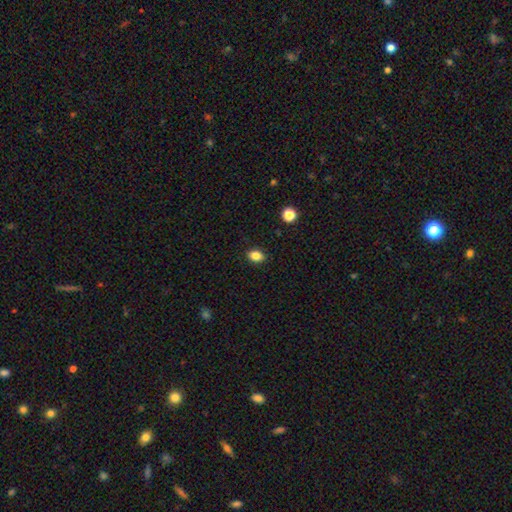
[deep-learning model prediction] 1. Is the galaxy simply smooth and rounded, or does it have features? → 84% smooth, 10% star or artifact, 6% featured or disk.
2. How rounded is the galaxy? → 75% in between, 23% round, 1% cigar-shaped.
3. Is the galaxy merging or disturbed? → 89% none, 8% minor disturbance, 2% major disturbance, 1% merger.